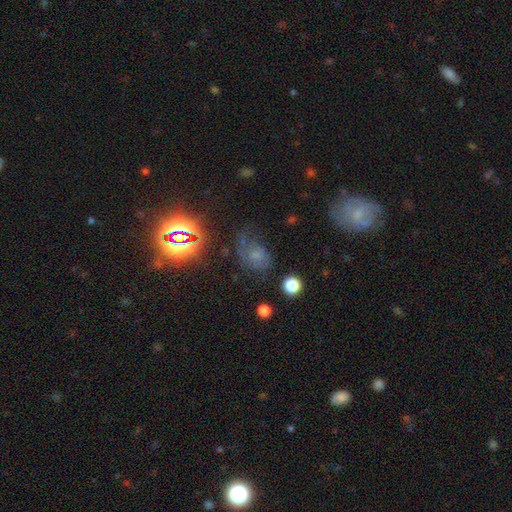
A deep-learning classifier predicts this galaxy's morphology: Smooth or featured? Predicted: smooth (p=0.47). Merging? Predicted: none (p=0.41).